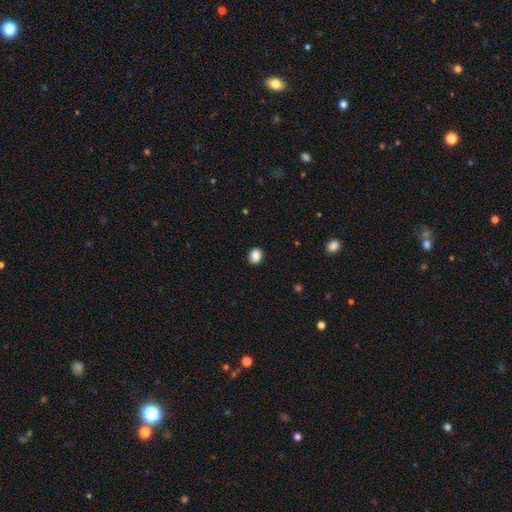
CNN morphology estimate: smooth 88%, star or artifact 9%, featured or disk 3%. Down the decision tree: how rounded — round (65%); merging — none (91%).